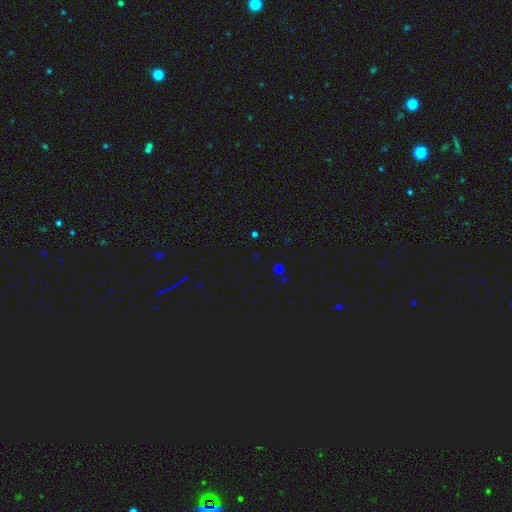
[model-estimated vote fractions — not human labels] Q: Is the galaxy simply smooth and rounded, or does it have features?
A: star or artifact — 52%.